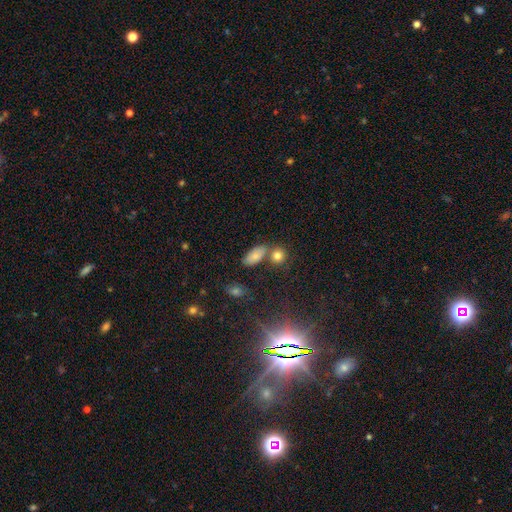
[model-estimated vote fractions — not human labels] Smooth or featured: smooth — 74% (star or artifact — 13%)
How rounded: in between — 84% (round — 9%)
Merging: none — 60% (merger — 21%)